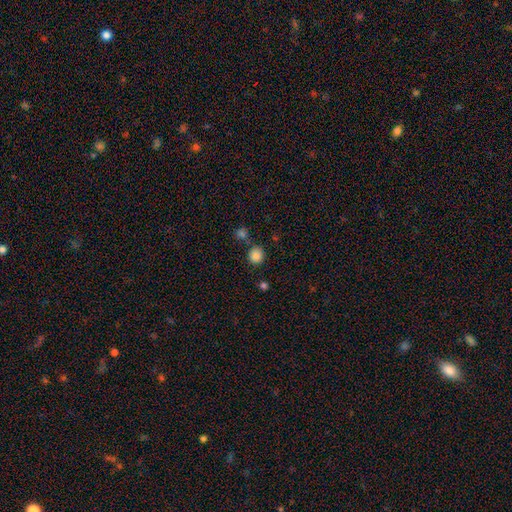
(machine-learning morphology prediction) Overall: smooth (85%). How rounded: round (89%). Merging: none (79%).